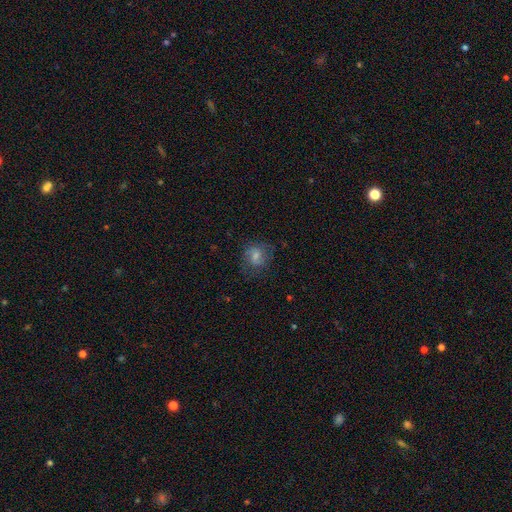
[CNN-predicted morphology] Overall: smooth (48%; featured or disk 35%). Merging: none (71%).